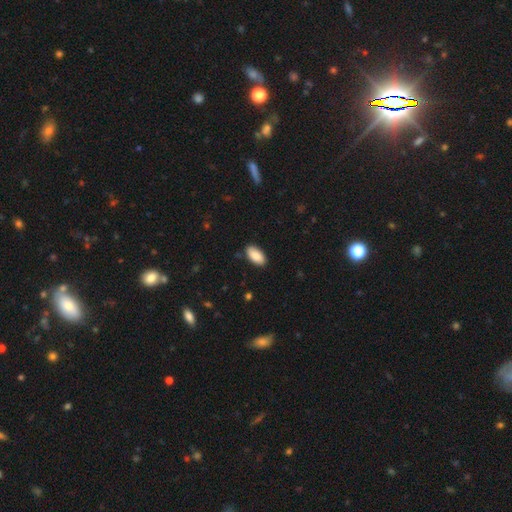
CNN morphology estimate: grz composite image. It shows a smooth galaxy with no disk features (88%) that is in between round and cigar-shaped (94%). Merging: none (87%).